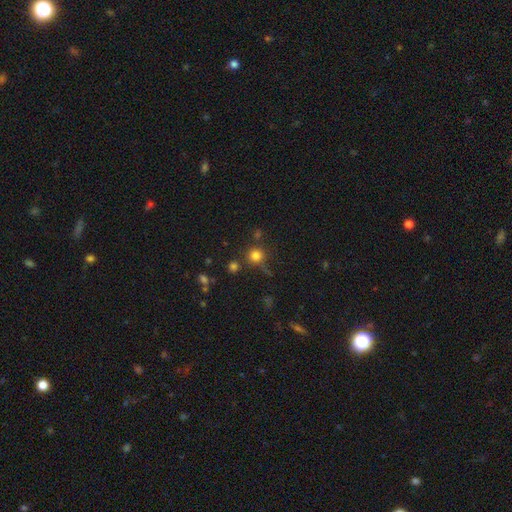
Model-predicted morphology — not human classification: A smooth galaxy with no disk features (77%) that is round (93%).

Vote fractions:
- Smooth or featured? smooth: 77% / star or artifact: 16% / featured or disk: 7%
- How rounded? round: 93% / in between: 6% / cigar-shaped: 1%
- Merging? none: 74% / minor disturbance: 11% / merger: 10% / major disturbance: 5%